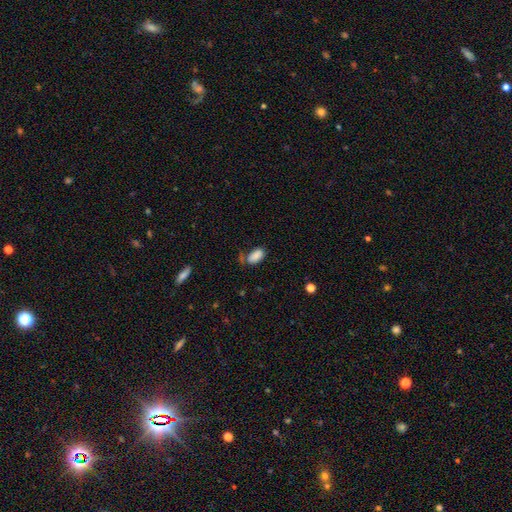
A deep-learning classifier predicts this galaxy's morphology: Smooth or featured: smooth — 86% (star or artifact — 9%)
How rounded: in between — 93% (round — 4%)
Merging: none — 62% (minor disturbance — 20%)